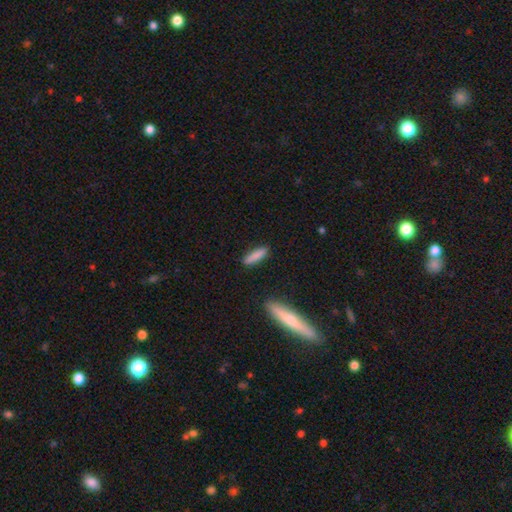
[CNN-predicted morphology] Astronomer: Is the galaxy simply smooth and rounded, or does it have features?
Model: smooth — 84%.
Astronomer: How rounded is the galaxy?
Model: cigar-shaped — 71%.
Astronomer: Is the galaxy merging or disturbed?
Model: none — 85%.